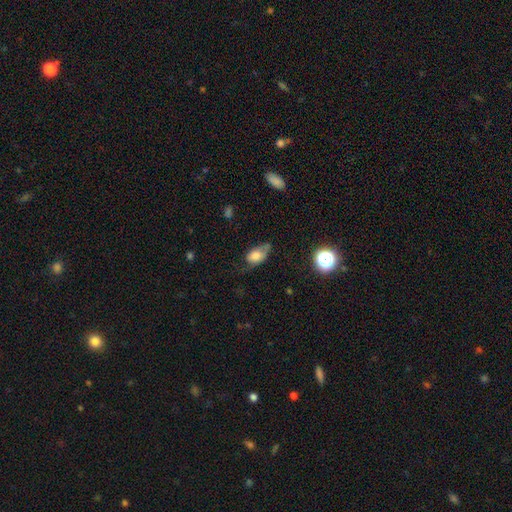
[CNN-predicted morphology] A smooth galaxy with no disk features (67%) that is in between round and cigar-shaped (85%).

Vote fractions:
- Smooth or featured? smooth: 67% / featured or disk: 24% / star or artifact: 10%
- How rounded? in between: 85% / round: 11% / cigar-shaped: 3%
- Merging? minor disturbance: 35% / none: 34% / major disturbance: 26% / merger: 4%